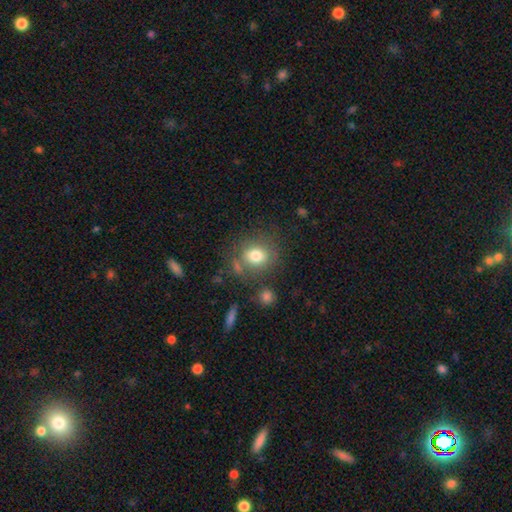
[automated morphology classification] A smooth galaxy with no disk features (76%) that is round (73%).

Vote fractions:
- Smooth or featured? smooth: 76% / featured or disk: 13% / star or artifact: 11%
- How rounded? round: 73% / in between: 26% / cigar-shaped: 1%
- Merging? none: 68% / minor disturbance: 16% / merger: 9% / major disturbance: 7%